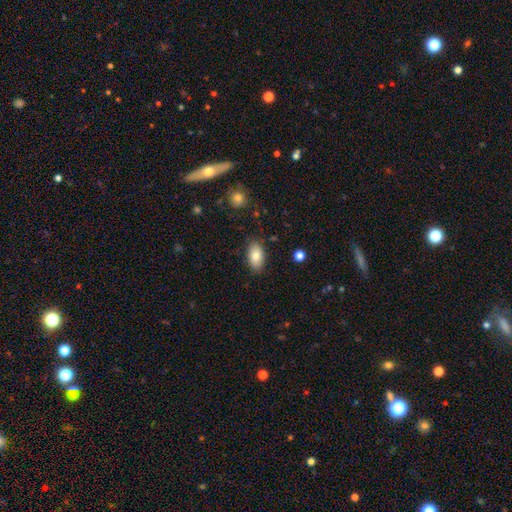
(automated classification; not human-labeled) Overall: smooth (79%). How rounded: in between (93%). Merging: none (85%).